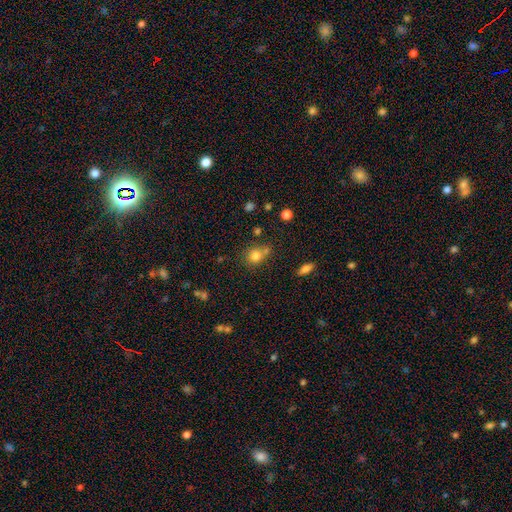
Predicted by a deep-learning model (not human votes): Smooth or featured? Predicted: smooth (p=0.80). How rounded? Predicted: round (p=0.77). Merging? Predicted: none (p=0.53).